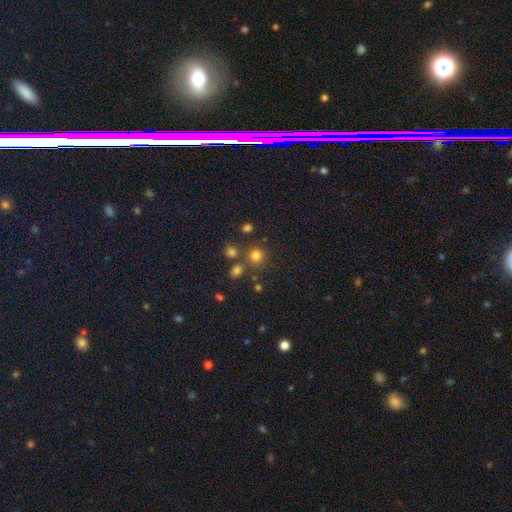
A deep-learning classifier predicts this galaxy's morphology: Overall: smooth (76%). How rounded: round (88%). Merging: none (73%).